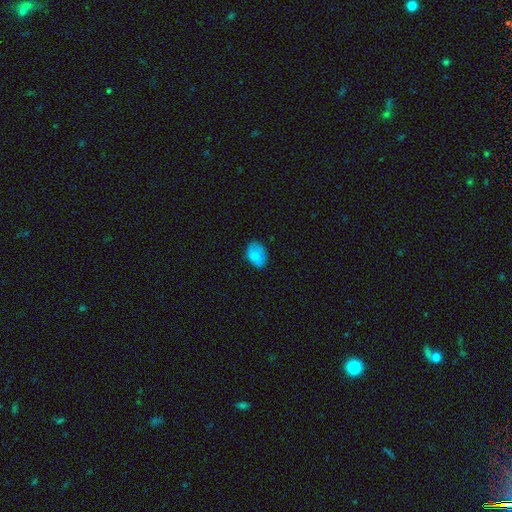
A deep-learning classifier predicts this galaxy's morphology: Smooth or featured?
  - smooth: 80% *
  - featured or disk: 13%
  - star or artifact: 8%
How rounded?
  - in between: 79% *
  - round: 20%
  - cigar-shaped: 1%
Merging?
  - none: 78% *
  - minor disturbance: 17%
  - major disturbance: 4%
  - merger: 1%